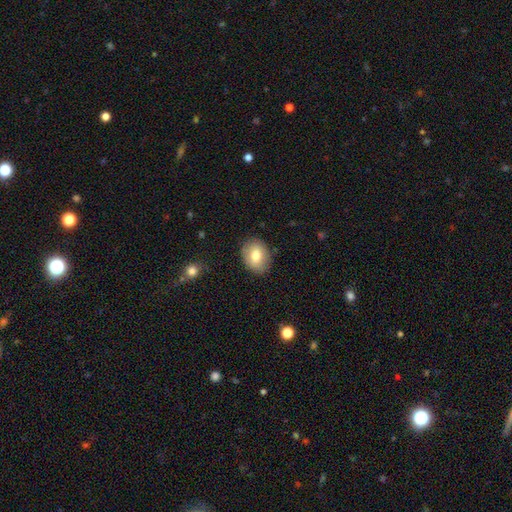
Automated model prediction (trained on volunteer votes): smooth-or-featured: smooth: 76% | featured or disk: 16% | star or artifact: 8%
  how-rounded: in between: 61% | round: 38% | cigar-shaped: 1%
  merging: none: 85% | minor disturbance: 11% | major disturbance: 3% | merger: 1%